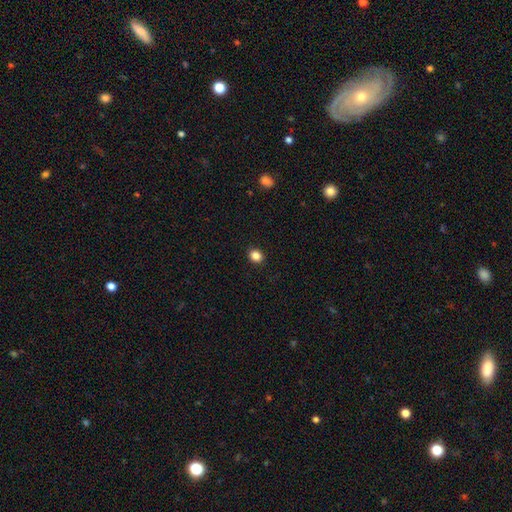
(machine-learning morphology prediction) type=smooth (86%); roundness=round (56%); merging=none (92%).